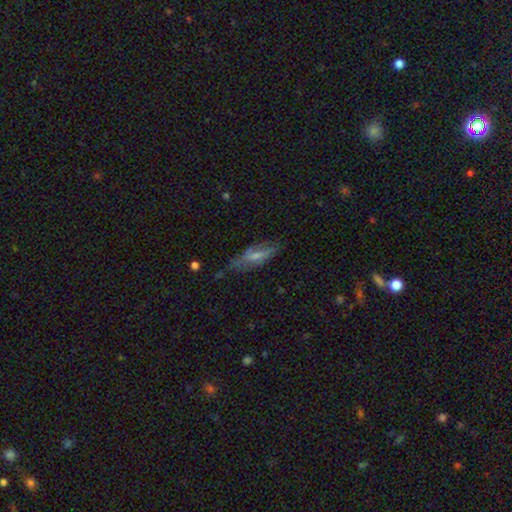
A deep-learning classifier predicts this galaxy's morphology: This appears to be a featured or disk galaxy (47%). Merging: none (71%).